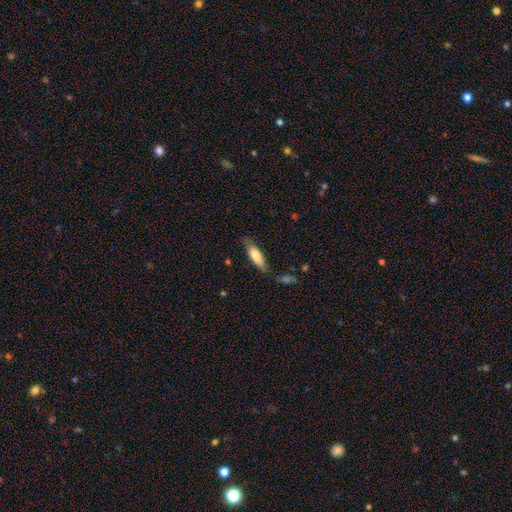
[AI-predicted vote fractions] Overall: smooth (73%). How rounded: cigar-shaped (53%; in between 46%). Merging: none (65%).